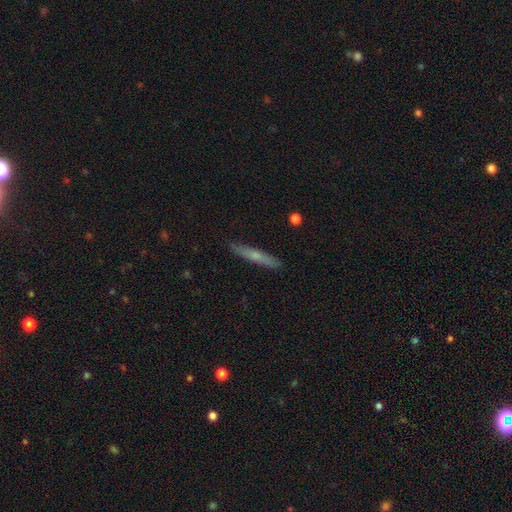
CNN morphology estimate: This appears to be a smooth galaxy with no disk features (54%) that is cigar-shaped (95%). Merging: none (89%).